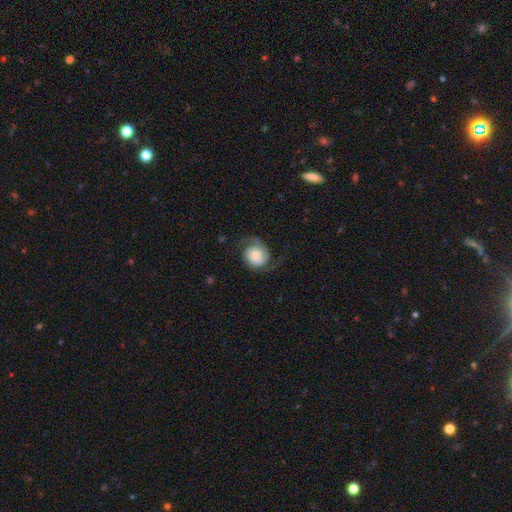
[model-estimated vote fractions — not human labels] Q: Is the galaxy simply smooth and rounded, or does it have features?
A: featured or disk — 64%.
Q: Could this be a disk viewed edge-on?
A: no — 98%.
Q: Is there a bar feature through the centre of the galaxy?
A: no — 76%.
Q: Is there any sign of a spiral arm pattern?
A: yes — 93%.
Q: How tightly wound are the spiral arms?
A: medium — 40%.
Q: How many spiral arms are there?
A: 2 — 84%.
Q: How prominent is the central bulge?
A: small — 30%, tied with moderate.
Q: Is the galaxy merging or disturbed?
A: none — 63%.